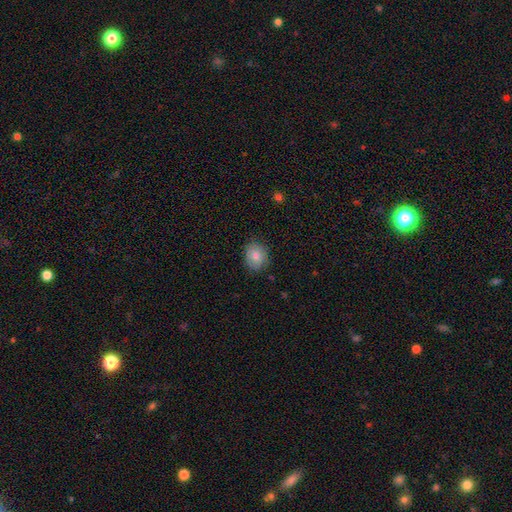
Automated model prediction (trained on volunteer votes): A smooth galaxy with no disk features (82%) that is round (60%).

Vote fractions:
- Smooth or featured? smooth: 82% / featured or disk: 10% / star or artifact: 8%
- How rounded? round: 60% / in between: 39% / cigar-shaped: 1%
- Merging? none: 83% / minor disturbance: 13% / major disturbance: 3% / merger: 1%